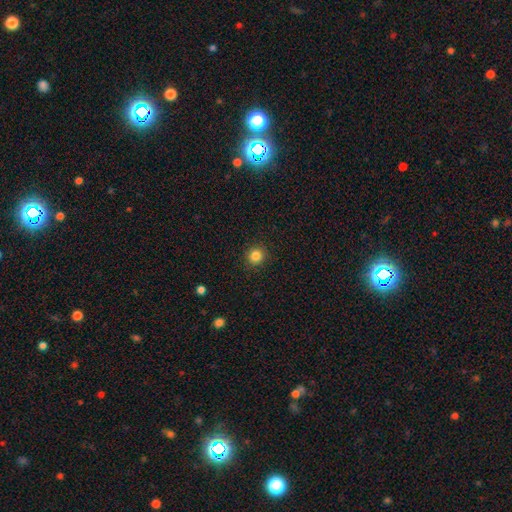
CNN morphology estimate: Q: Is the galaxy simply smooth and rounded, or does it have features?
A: smooth — 84%.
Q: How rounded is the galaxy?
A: round — 93%.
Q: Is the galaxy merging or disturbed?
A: none — 92%.